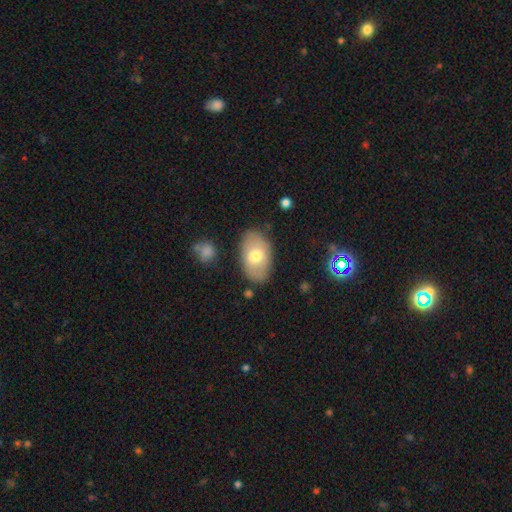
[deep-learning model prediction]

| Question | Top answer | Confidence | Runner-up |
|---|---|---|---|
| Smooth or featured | smooth | 64% | featured or disk (29%) |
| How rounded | in between | 92% | round (7%) |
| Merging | none | 80% | minor disturbance (14%) |